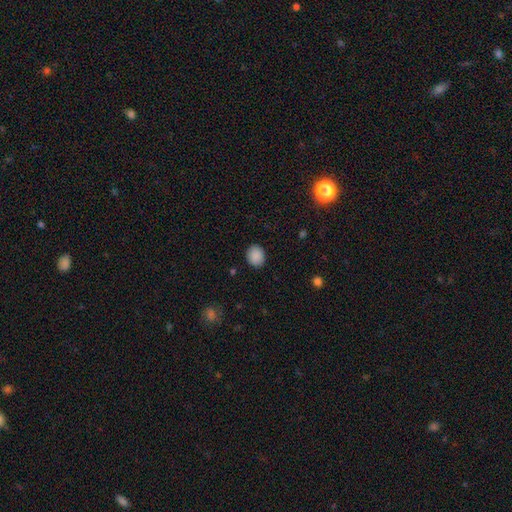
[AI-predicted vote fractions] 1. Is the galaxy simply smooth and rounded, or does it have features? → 89% smooth, 9% star or artifact, 3% featured or disk.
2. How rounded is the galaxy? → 63% round, 37% in between, 1% cigar-shaped.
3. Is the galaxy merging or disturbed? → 88% none, 8% minor disturbance, 2% major disturbance, 1% merger.